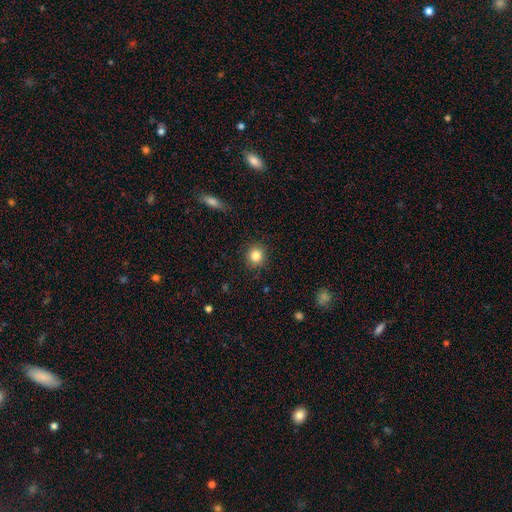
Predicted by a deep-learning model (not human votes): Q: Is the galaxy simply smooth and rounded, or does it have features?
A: smooth — 85%.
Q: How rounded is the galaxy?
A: round — 89%.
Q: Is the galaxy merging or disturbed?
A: none — 89%.